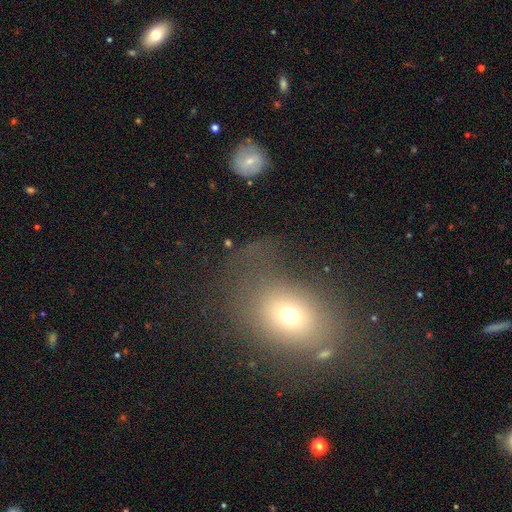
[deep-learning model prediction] The model was most divided on "how rounded": in between: 58%, round: 40%, cigar-shaped: 2%. More confident: smooth or featured — smooth (61%); merging — none (59%).